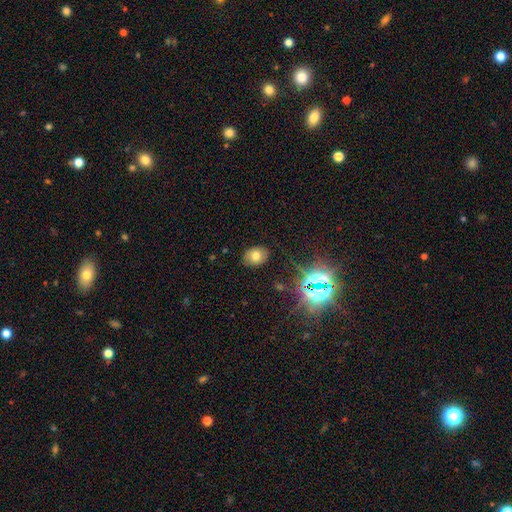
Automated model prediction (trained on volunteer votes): Smooth or featured: smooth — 68% (star or artifact — 19%)
How rounded: in between — 60% (round — 39%)
Merging: none — 86% (minor disturbance — 10%)